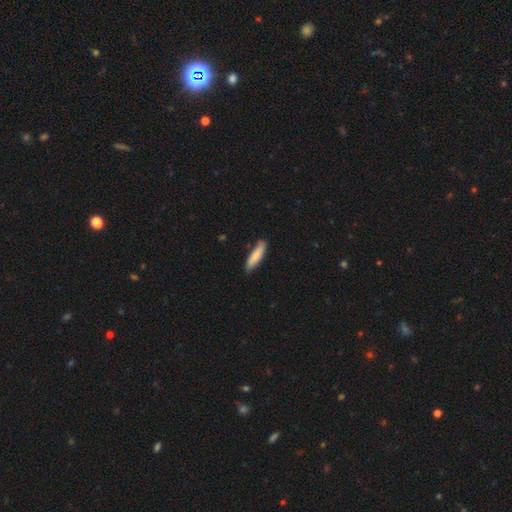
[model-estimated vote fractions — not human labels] This appears to be a smooth galaxy with no disk features (81%) that is cigar-shaped (73%). Merging: none (81%).